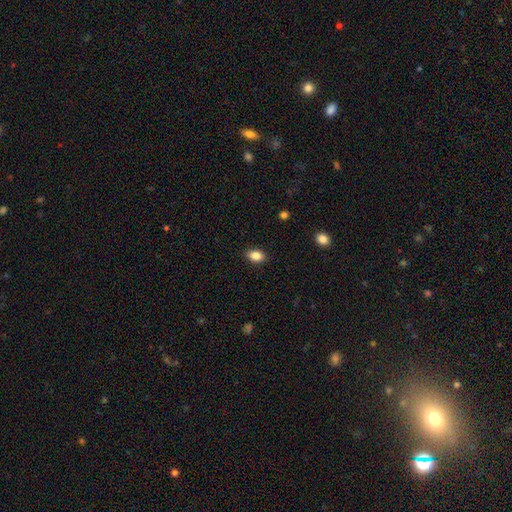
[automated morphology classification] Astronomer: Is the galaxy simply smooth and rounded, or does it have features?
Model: smooth — 86%.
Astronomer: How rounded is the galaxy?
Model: in between — 85%.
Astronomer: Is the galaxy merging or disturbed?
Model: none — 89%.